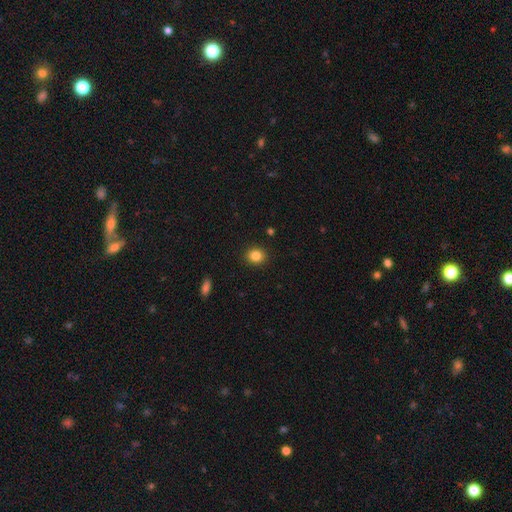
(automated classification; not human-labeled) This appears to be a smooth galaxy with no disk features (85%) that is round (75%). Merging: none (91%).